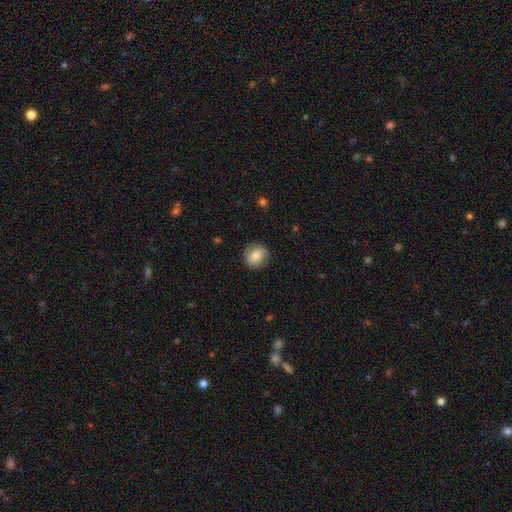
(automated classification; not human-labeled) Smooth or featured? smooth (75%)
How rounded? round (82%)
Merging? none (84%)